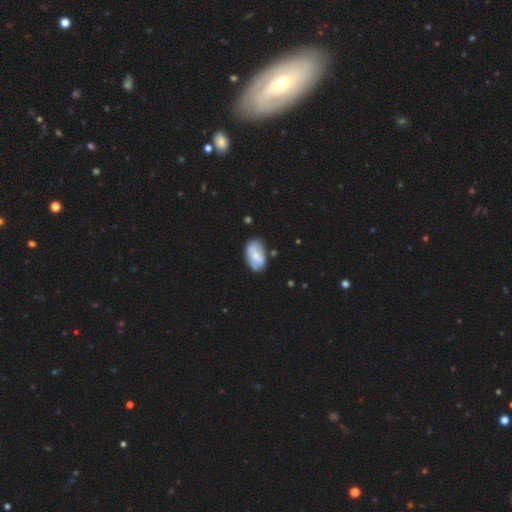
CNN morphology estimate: Smooth or featured? Predicted: smooth (p=0.50). How rounded? Predicted: in between (p=0.93). Merging? Predicted: none (p=0.64).